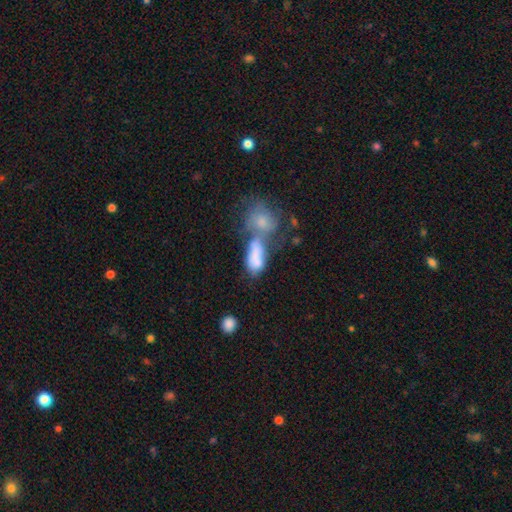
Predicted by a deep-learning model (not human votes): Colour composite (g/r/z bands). It shows a smooth galaxy with no disk features (72%) that is in between round and cigar-shaped (82%). Merging: merger (62%).